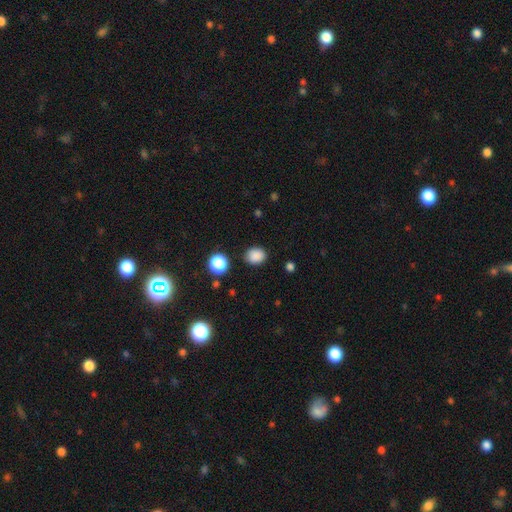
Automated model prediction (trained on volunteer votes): Overall: smooth (86%). How rounded: round (53%; in between 46%). Merging: none (84%).